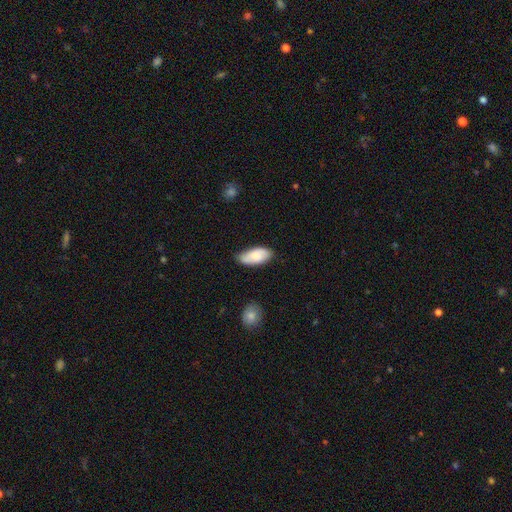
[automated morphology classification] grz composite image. It shows a smooth galaxy with no disk features (79%) that is in between round and cigar-shaped (91%). Merging: none (69%).